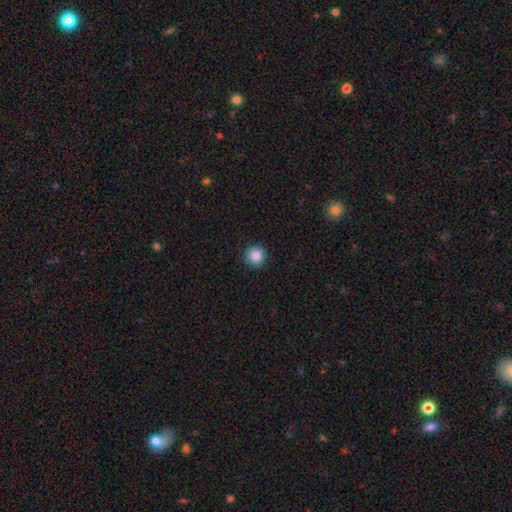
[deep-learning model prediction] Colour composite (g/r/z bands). It shows a smooth galaxy with no disk features (87%) that is round (94%). Merging: none (92%).